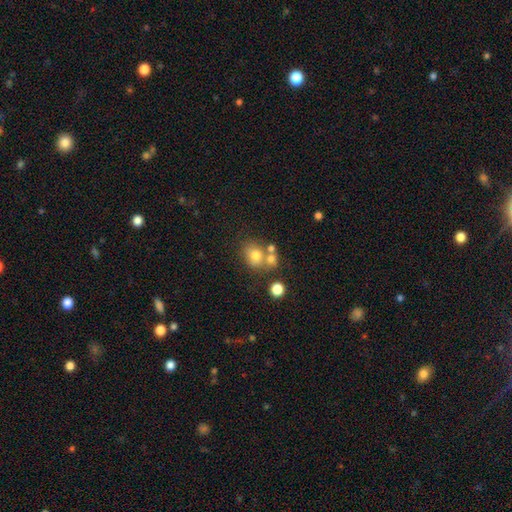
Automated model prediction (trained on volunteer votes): Q: Smooth or featured?
A: smooth (73%); runner-up: featured or disk (14%)
Q: How rounded?
A: round (65%); runner-up: in between (34%)
Q: Merging?
A: none (49%); runner-up: merger (34%)